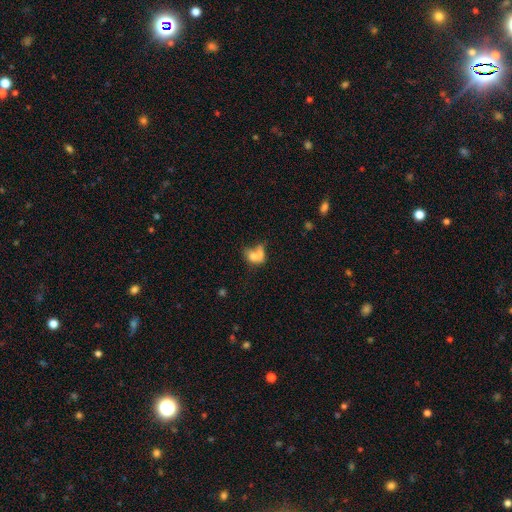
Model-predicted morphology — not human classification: Smooth or featured: smooth — 68% (featured or disk — 22%)
How rounded: in between — 66% (round — 31%)
Merging: merger — 61% (none — 19%)